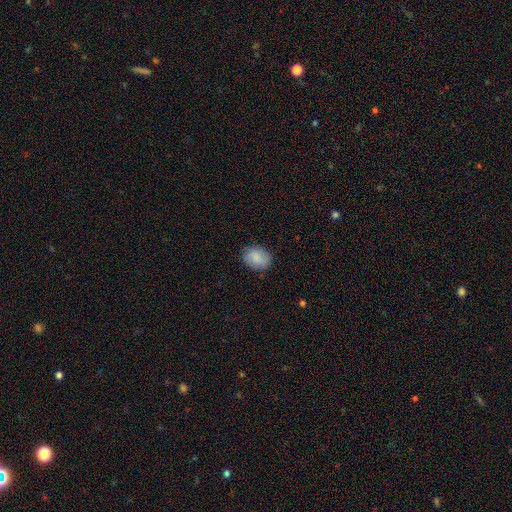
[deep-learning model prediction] smooth_or_featured: smooth (p=0.81) [alt: featured or disk p=0.11]
how_rounded: in between (p=0.57) [alt: round p=0.42]
merging: none (p=0.83) [alt: minor disturbance p=0.13]